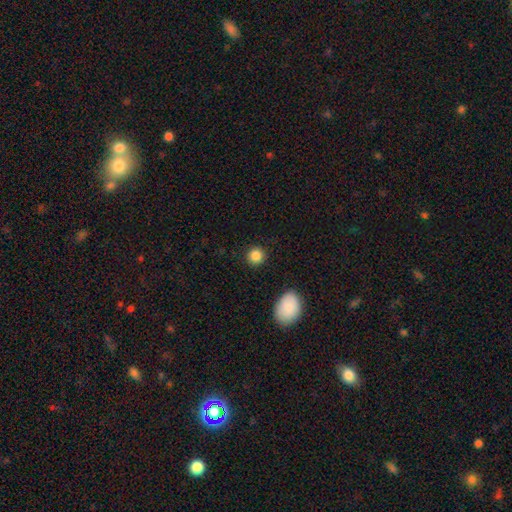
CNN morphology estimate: A smooth galaxy with no disk features (87%) that is round (90%).

Vote fractions:
- Smooth or featured? smooth: 87% / star or artifact: 10% / featured or disk: 4%
- How rounded? round: 90% / in between: 9% / cigar-shaped: 1%
- Merging? none: 89% / minor disturbance: 7% / major disturbance: 2% / merger: 2%